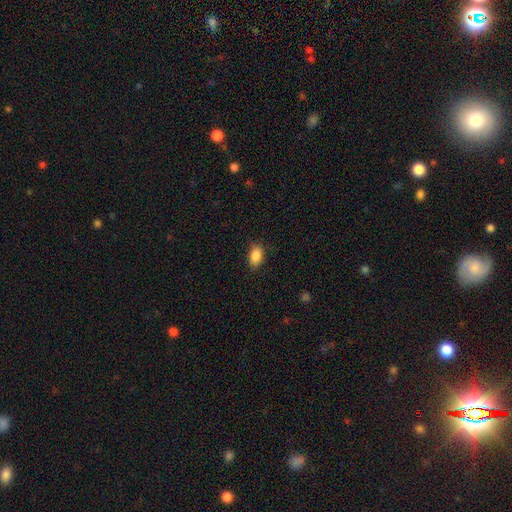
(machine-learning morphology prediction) Smooth or featured? smooth (88%)
How rounded? in between (88%)
Merging? none (84%)